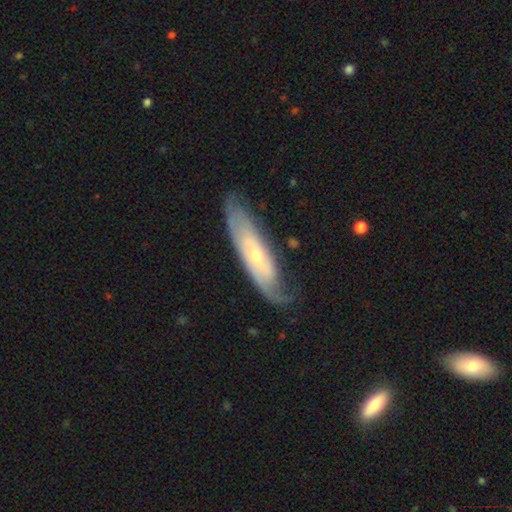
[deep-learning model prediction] Smooth or featured?
  - featured or disk: 70% *
  - smooth: 24%
  - star or artifact: 6%
Edge-on disk?
  - no: 72% *
  - yes: 28%
Bar?
  - no: 71% *
  - weak: 22%
  - strong: 7%
Spiral arms?
  - yes: 81% *
  - no: 19%
Bulge size?
  - small: 63% *
  - moderate: 33%
  - large: 2%
  - none: 1%
  - dominant: 1%
Merging?
  - none: 69% *
  - minor disturbance: 21%
  - major disturbance: 9%
  - merger: 2%